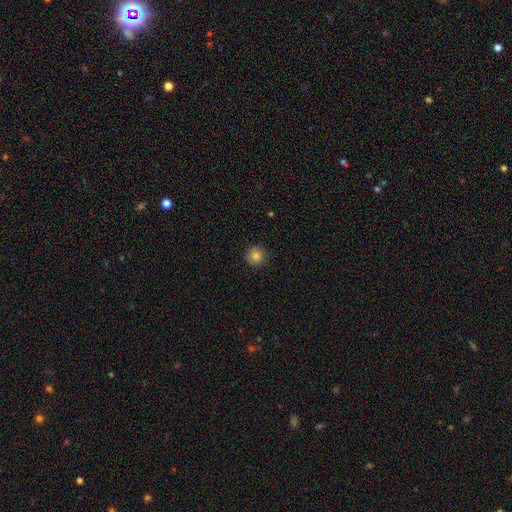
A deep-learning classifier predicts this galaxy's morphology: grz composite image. It shows a smooth galaxy with no disk features (82%) that is round (94%). Merging: none (89%).